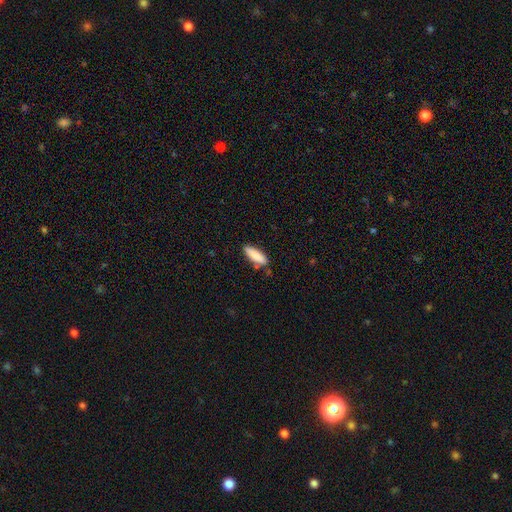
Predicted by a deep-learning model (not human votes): Overall: smooth (86%). How rounded: in between (54%; cigar-shaped 45%). Merging: none (78%).